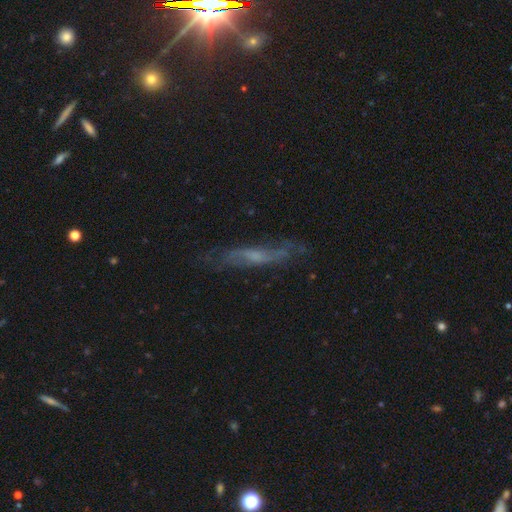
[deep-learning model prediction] This appears to be a featured or disk galaxy (61%) viewed edge-on (51%). Merging: none (65%).